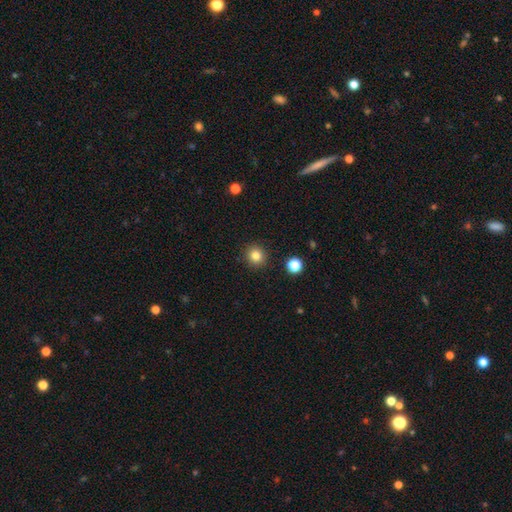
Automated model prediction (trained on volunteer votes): smooth-or-featured: smooth: 83% | star or artifact: 12% | featured or disk: 5%
  how-rounded: round: 92% | in between: 7% | cigar-shaped: 1%
  merging: none: 91% | minor disturbance: 5% | major disturbance: 2% | merger: 2%